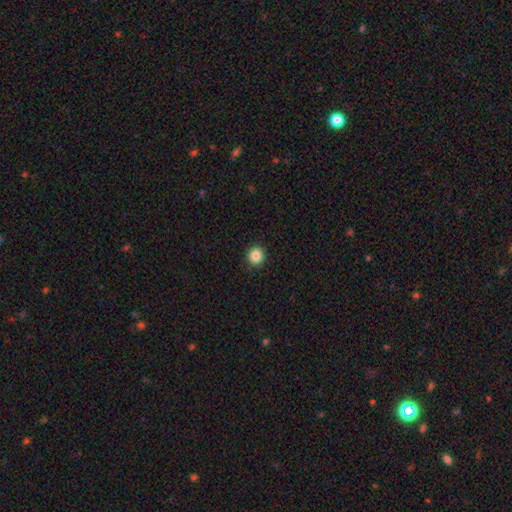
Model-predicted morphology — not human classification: The model was most divided on "smooth or featured": smooth: 86%, star or artifact: 10%, featured or disk: 4%. More confident: merging — none (92%); how rounded — round (90%).